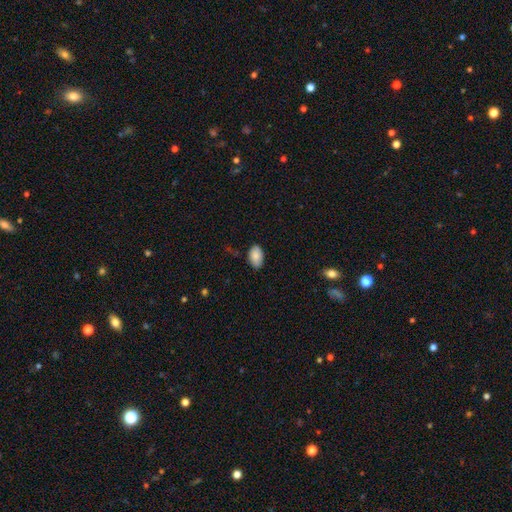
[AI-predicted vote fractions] Smooth or featured? smooth (86%)
How rounded? in between (92%)
Merging? none (80%)